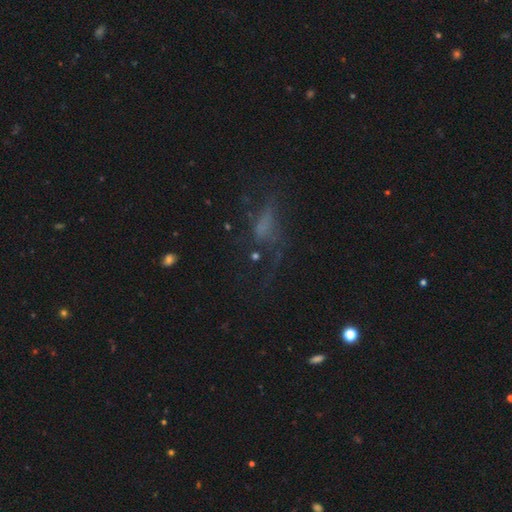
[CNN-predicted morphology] smooth-or-featured: smooth: 37% | featured or disk: 35% | star or artifact: 28%
  merging: major disturbance: 44% | none: 35% | minor disturbance: 16% | merger: 5%